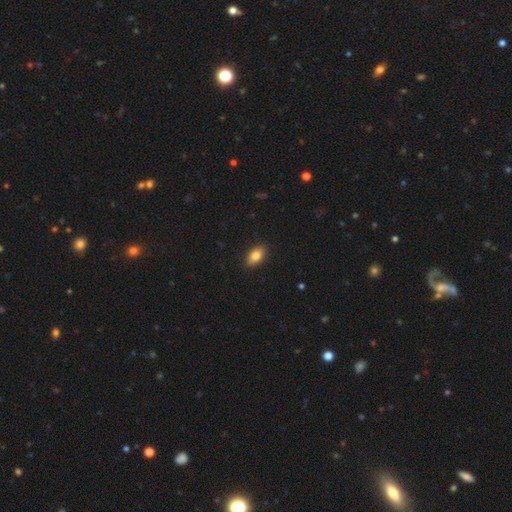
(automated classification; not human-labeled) Smooth or featured: smooth — 80% (featured or disk — 13%)
How rounded: in between — 89% (round — 6%)
Merging: none — 89% (minor disturbance — 8%)